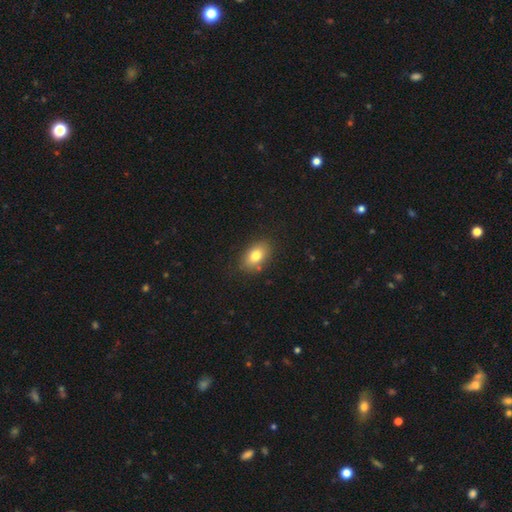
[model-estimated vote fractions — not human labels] This is likely a smooth galaxy (80%). How rounded: clearly in between (87%). Merging: clearly none (84%).